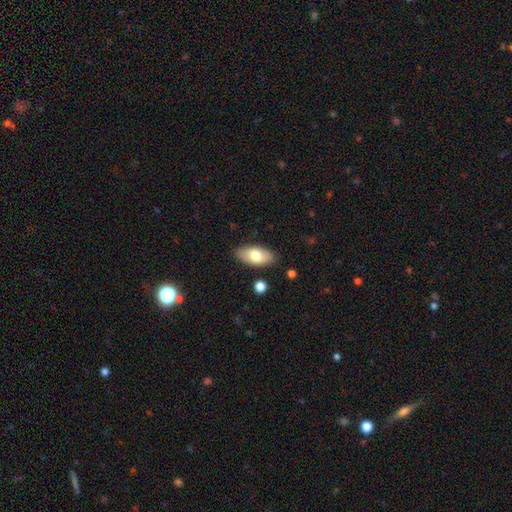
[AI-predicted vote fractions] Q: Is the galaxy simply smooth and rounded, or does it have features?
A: smooth — 72%.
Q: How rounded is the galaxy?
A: in between — 91%.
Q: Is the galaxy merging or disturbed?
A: none — 85%.